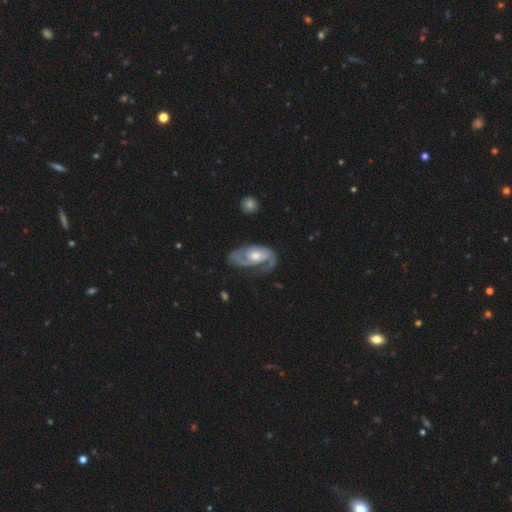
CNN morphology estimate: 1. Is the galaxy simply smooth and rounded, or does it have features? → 82% featured or disk, 14% smooth, 5% star or artifact.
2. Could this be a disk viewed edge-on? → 95% no, 5% yes.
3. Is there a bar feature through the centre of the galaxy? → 60% no, 30% weak, 9% strong.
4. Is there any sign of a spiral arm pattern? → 91% yes, 9% no.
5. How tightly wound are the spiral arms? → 42% tight, 41% medium, 17% loose.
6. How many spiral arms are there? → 65% 2, 19% 1, 11% can't tell, 3% 3, 1% 4, 1% more than 4.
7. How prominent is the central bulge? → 64% moderate, 27% small, 6% large, 1% none, 1% dominant.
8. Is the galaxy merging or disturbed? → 58% none, 23% minor disturbance, 17% major disturbance, 2% merger.